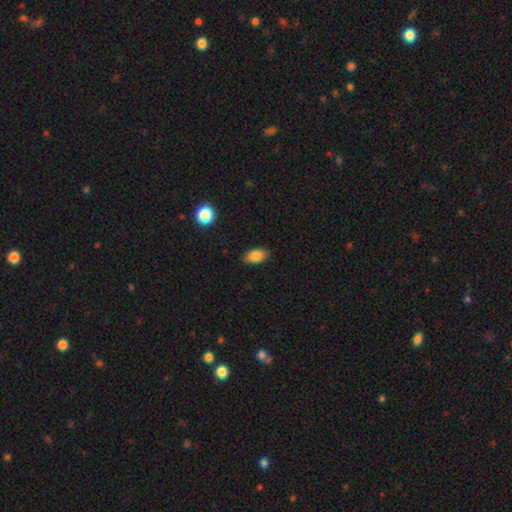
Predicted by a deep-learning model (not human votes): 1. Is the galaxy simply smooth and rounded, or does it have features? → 85% smooth, 8% star or artifact, 6% featured or disk.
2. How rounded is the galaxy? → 91% in between, 7% round, 3% cigar-shaped.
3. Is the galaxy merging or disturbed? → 86% none, 11% minor disturbance, 2% major disturbance, 1% merger.